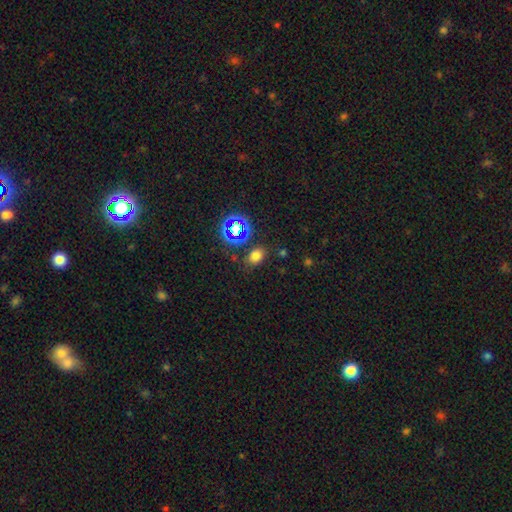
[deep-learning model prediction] Smooth or featured? Predicted: smooth (p=0.70). How rounded? Predicted: in between (p=0.66). Merging? Predicted: none (p=0.79).